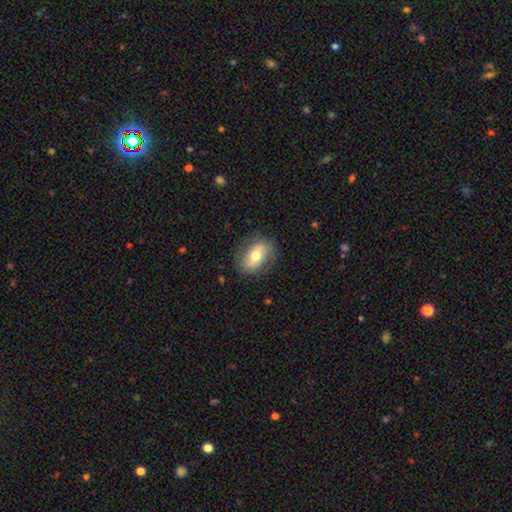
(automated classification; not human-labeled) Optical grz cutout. It shows a smooth galaxy with no disk features (49%). Merging: none (78%).